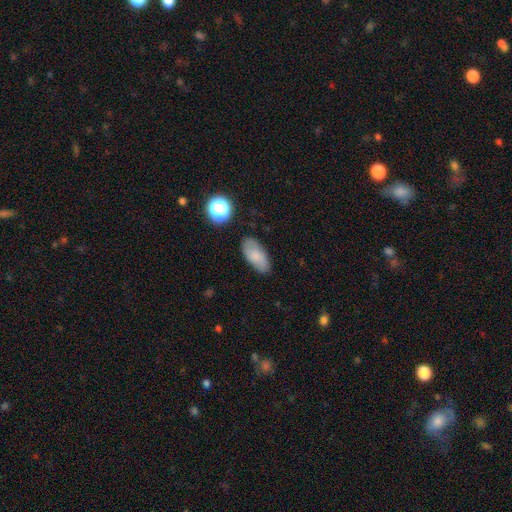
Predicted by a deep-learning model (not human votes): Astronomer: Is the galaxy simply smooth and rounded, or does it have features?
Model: smooth — 73%.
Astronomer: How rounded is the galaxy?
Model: in between — 89%.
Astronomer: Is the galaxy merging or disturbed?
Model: none — 79%.